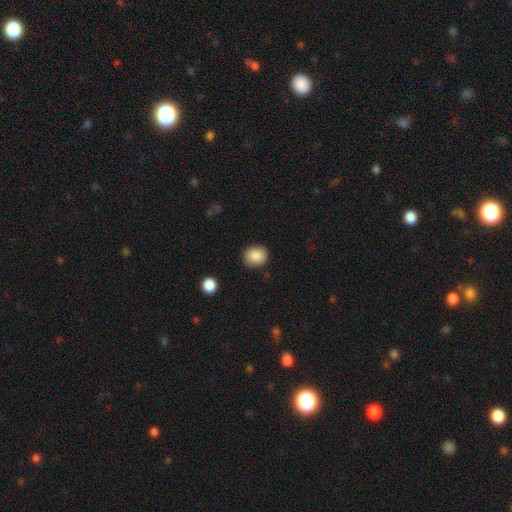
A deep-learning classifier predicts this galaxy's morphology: Smooth or featured: smooth — 88% (star or artifact — 8%)
How rounded: round — 67% (in between — 33%)
Merging: none — 87% (minor disturbance — 9%)